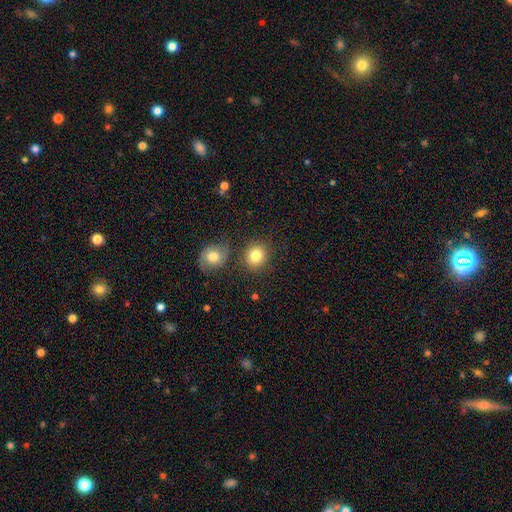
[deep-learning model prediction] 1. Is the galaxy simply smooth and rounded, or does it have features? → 83% smooth, 9% star or artifact, 8% featured or disk.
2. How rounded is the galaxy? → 80% round, 19% in between, 1% cigar-shaped.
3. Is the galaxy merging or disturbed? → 78% none, 10% minor disturbance, 9% merger, 3% major disturbance.